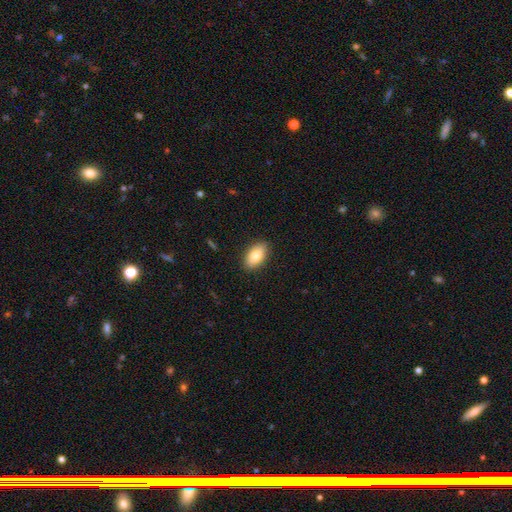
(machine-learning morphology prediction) Smooth or featured?
  - smooth: 80% *
  - featured or disk: 13%
  - star or artifact: 7%
How rounded?
  - in between: 92% *
  - round: 6%
  - cigar-shaped: 3%
Merging?
  - none: 89% *
  - minor disturbance: 8%
  - major disturbance: 2%
  - merger: 1%